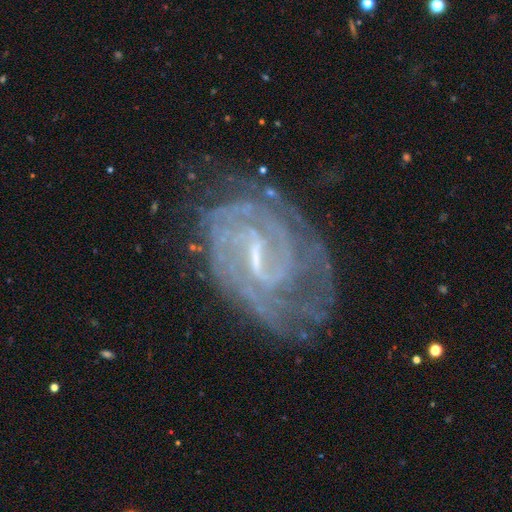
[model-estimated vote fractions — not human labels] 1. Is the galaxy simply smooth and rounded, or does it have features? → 89% featured or disk, 6% star or artifact, 5% smooth.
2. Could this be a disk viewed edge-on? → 97% no, 3% yes.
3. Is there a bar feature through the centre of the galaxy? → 46% weak, 43% strong, 11% no.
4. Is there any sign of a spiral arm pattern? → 96% yes, 4% no.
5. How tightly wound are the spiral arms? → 63% tight, 31% medium, 6% loose.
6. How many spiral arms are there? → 40% 2, 25% can't tell, 15% 3, 8% 4, 6% more than 4, 6% 1.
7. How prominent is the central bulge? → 59% small, 21% moderate, 18% none, 1% large, 1% dominant.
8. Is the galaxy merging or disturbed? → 69% none, 19% minor disturbance, 10% major disturbance, 2% merger.